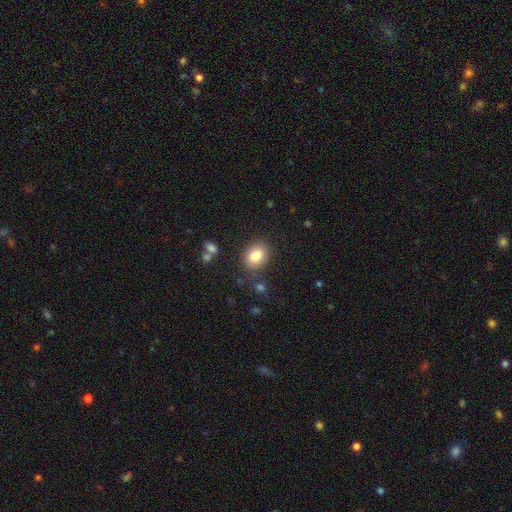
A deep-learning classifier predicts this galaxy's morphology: smooth 83%, star or artifact 9%, featured or disk 8%. Down the decision tree: how rounded — in between (62%); merging — none (81%).